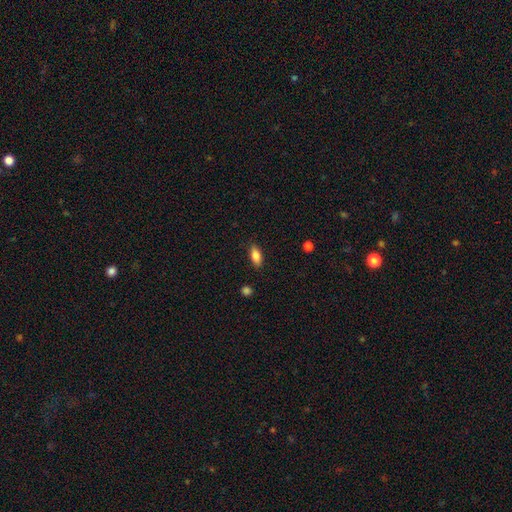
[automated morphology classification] Smooth or featured?
  - smooth: 86% *
  - star or artifact: 7%
  - featured or disk: 7%
How rounded?
  - in between: 86% *
  - cigar-shaped: 10%
  - round: 3%
Merging?
  - none: 86% *
  - minor disturbance: 10%
  - major disturbance: 2%
  - merger: 1%